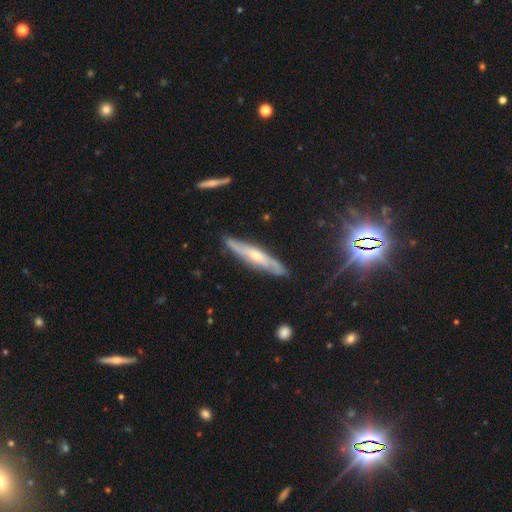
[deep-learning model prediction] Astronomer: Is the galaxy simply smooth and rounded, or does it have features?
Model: featured or disk — 63%.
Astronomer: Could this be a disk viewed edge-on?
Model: yes — 69%.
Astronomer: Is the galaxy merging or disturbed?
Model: none — 81%.